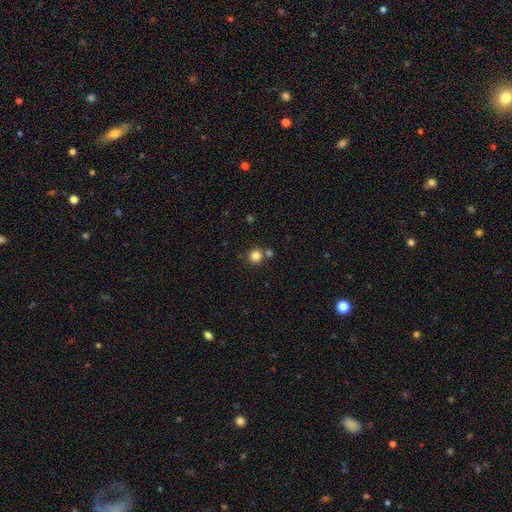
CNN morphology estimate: Smooth or featured? smooth (83%)
How rounded? round (94%)
Merging? none (74%)